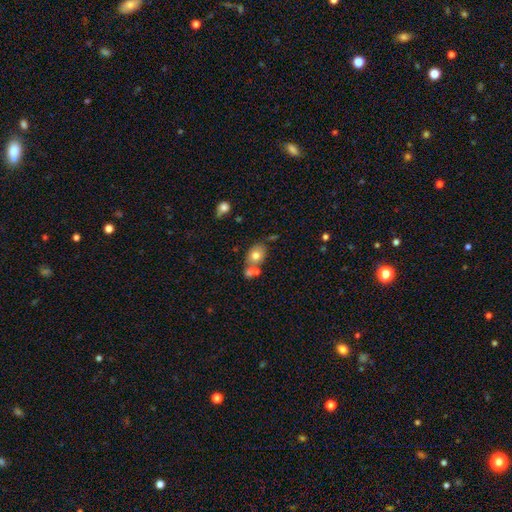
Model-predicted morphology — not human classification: smooth-or-featured: smooth: 73% | featured or disk: 18% | star or artifact: 10%
  how-rounded: in between: 67% | round: 32% | cigar-shaped: 1%
  merging: none: 51% | merger: 31% | minor disturbance: 14% | major disturbance: 5%